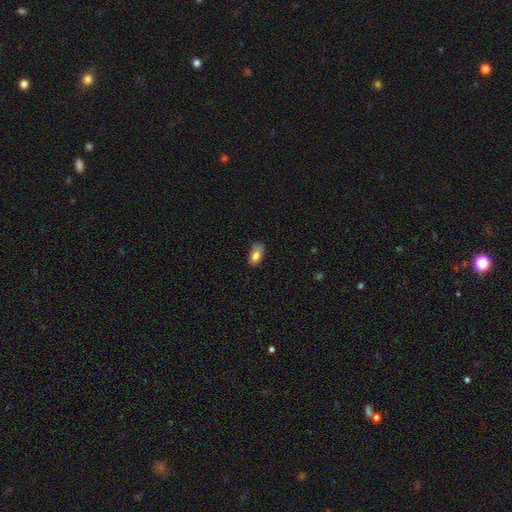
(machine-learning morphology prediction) This appears to be a smooth galaxy with no disk features (81%) that is in between round and cigar-shaped (90%). Merging: none (64%).